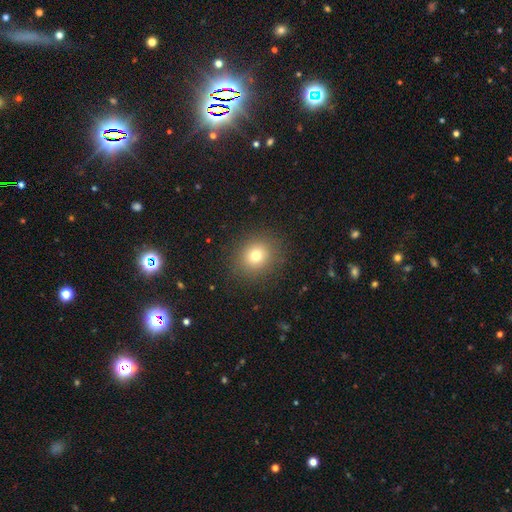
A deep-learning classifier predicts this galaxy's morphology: A smooth galaxy with no disk features (75%) that is round (84%).

Vote fractions:
- Smooth or featured? smooth: 75% / star or artifact: 15% / featured or disk: 10%
- How rounded? round: 84% / in between: 16% / cigar-shaped: 1%
- Merging? none: 88% / minor disturbance: 7% / major disturbance: 4% / merger: 1%